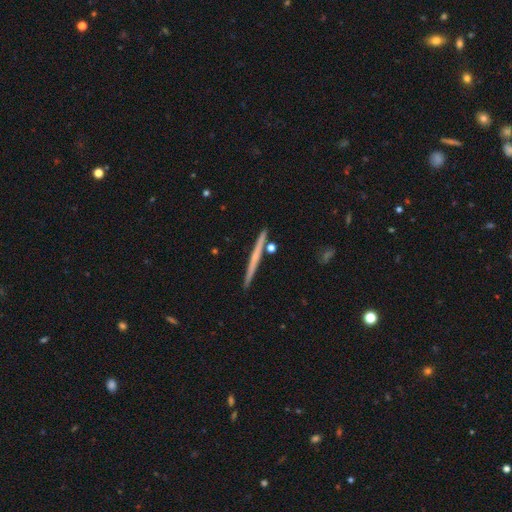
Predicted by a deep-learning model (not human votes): Morphology: type=featured or disk (56%); edge-on=yes (98%); edge-on bulge=none (72%); merging=none (89%).